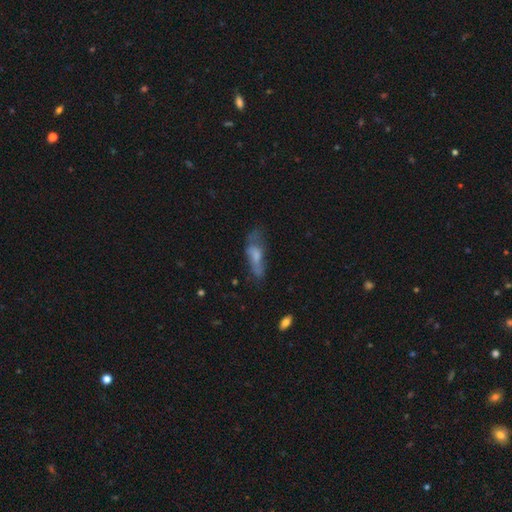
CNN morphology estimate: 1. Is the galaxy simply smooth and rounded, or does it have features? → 52% smooth, 38% featured or disk, 11% star or artifact.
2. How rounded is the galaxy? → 55% in between, 42% cigar-shaped, 3% round.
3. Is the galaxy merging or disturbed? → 37% none, 30% major disturbance, 26% minor disturbance, 6% merger.